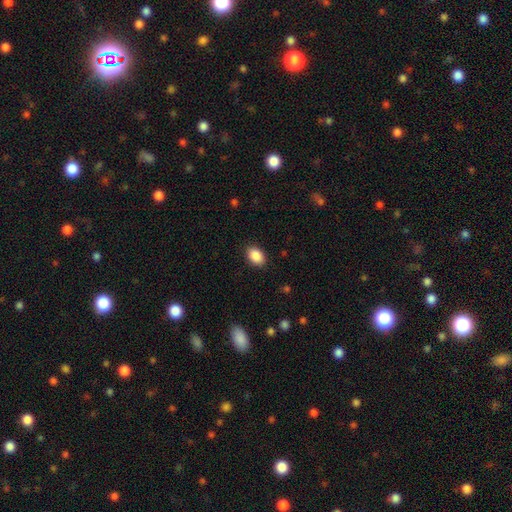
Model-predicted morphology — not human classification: This is clearly a smooth galaxy (89%). How rounded: clearly in between (85%). Merging: clearly none (89%).